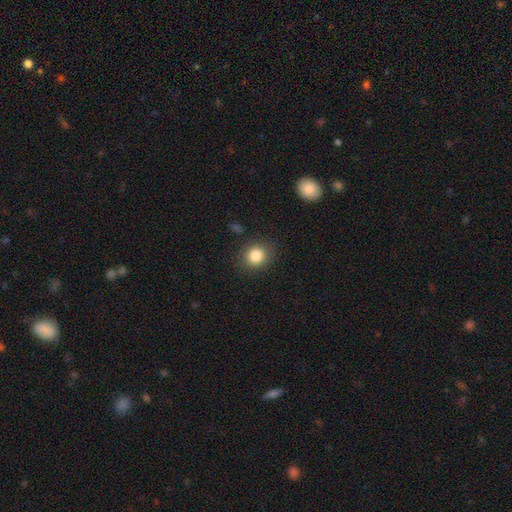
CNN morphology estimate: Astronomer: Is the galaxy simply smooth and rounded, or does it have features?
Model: smooth — 84%.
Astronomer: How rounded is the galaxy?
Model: round — 77%.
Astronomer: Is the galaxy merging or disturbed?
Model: none — 85%.